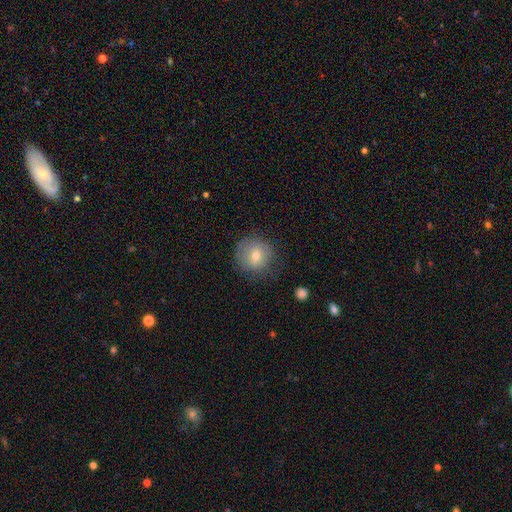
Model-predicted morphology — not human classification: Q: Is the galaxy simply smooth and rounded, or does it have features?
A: smooth — 70%.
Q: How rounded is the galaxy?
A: round — 89%.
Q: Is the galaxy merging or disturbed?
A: none — 74%.